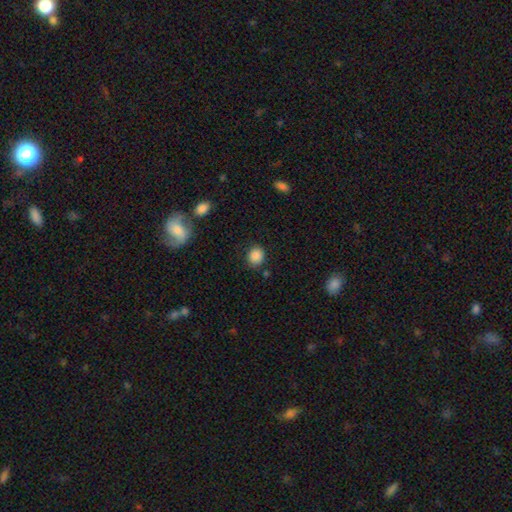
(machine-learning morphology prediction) The model was most divided on "how rounded": round: 75%, in between: 24%, cigar-shaped: 1%. More confident: smooth or featured — smooth (87%); merging — none (83%).